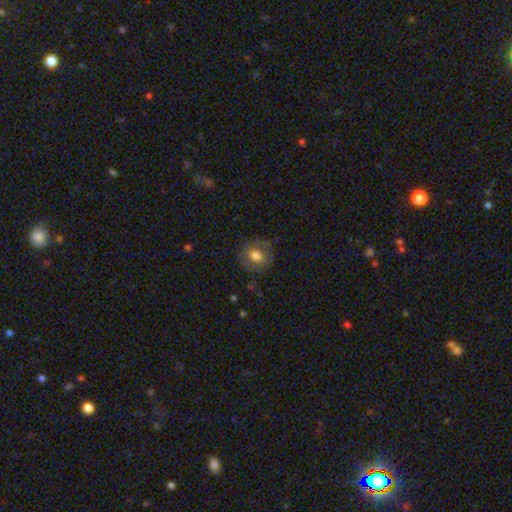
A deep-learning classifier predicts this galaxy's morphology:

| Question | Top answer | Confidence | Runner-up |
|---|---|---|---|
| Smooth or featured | smooth | 73% | featured or disk (18%) |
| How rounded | round | 65% | in between (34%) |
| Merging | none | 76% | minor disturbance (17%) |